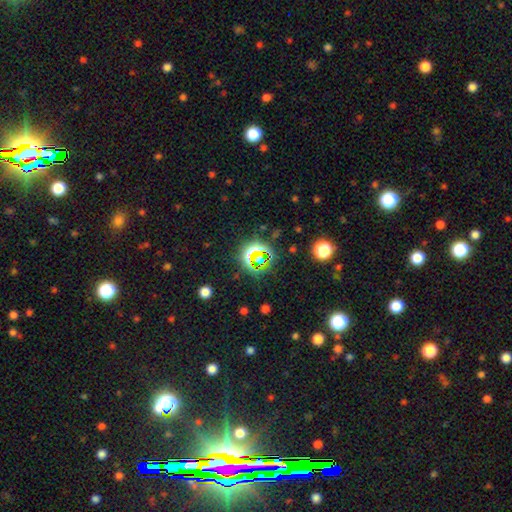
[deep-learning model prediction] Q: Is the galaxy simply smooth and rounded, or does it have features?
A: star or artifact — 69%.